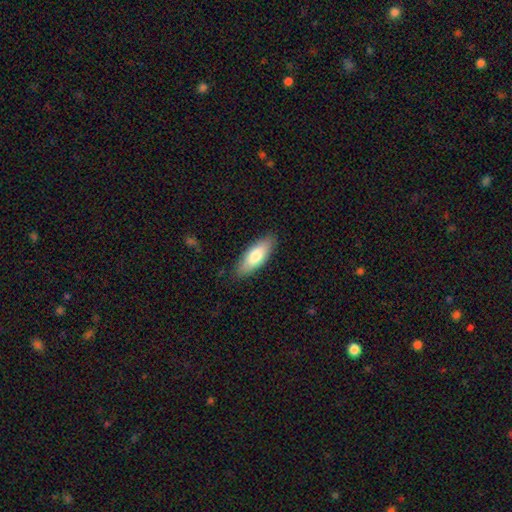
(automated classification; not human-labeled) smooth-or-featured: smooth: 78% | featured or disk: 17% | star or artifact: 5%
  how-rounded: in between: 70% | cigar-shaped: 28% | round: 2%
  merging: none: 86% | minor disturbance: 10% | major disturbance: 2% | merger: 1%